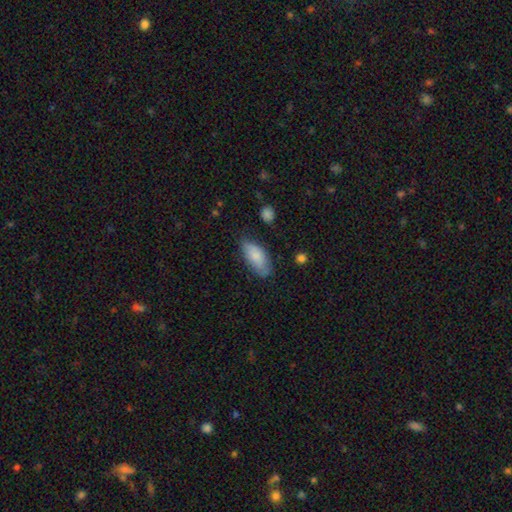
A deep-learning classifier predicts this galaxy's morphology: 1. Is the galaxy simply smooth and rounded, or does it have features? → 82% smooth, 12% featured or disk, 6% star or artifact.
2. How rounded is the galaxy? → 88% in between, 9% cigar-shaped, 2% round.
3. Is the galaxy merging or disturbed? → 68% none, 25% minor disturbance, 5% major disturbance, 2% merger.